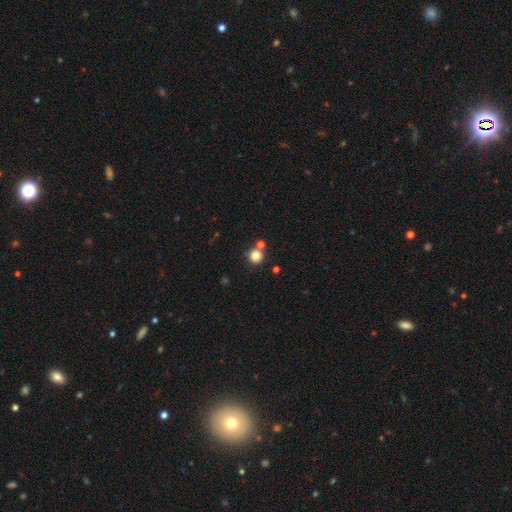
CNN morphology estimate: This is clearly a smooth galaxy (82%). How rounded: clearly round (94%). Merging: likely none (74%).